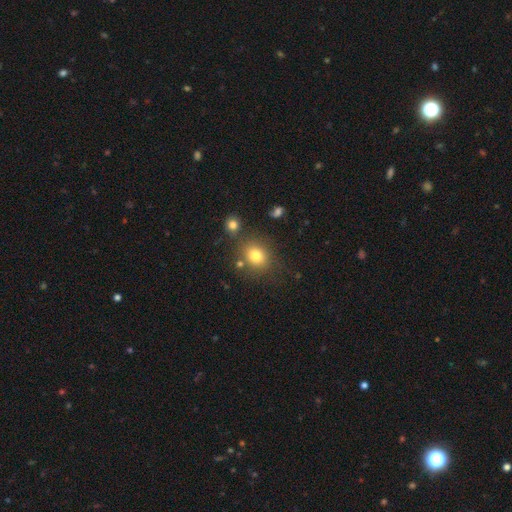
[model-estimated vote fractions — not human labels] Smooth or featured? smooth (78%)
How rounded? round (67%)
Merging? none (76%)